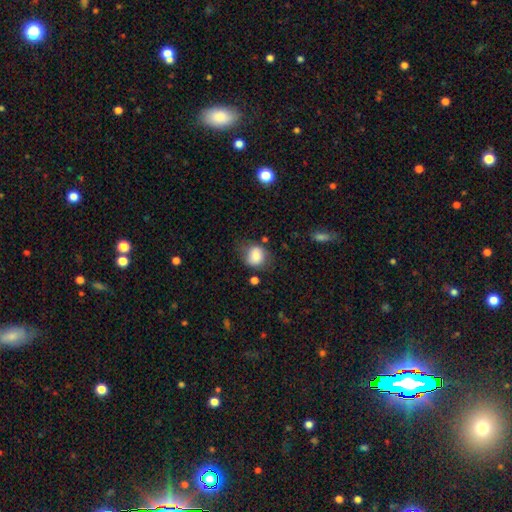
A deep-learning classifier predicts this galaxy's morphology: The model was most divided on "merging": none: 62%, minor disturbance: 24%, major disturbance: 9%, merger: 4%. More confident: smooth or featured — smooth (80%); how rounded — round (69%).